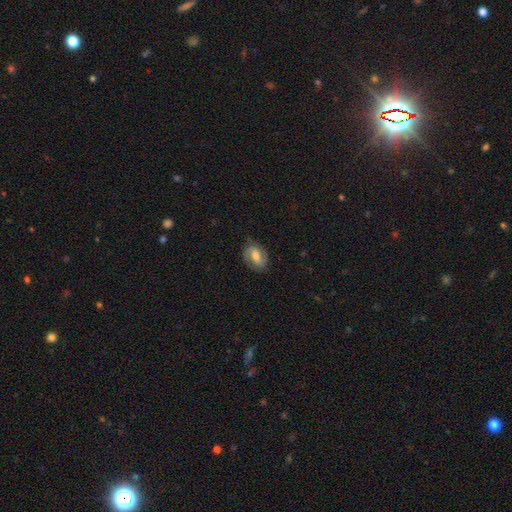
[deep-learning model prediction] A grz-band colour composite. It shows a featured or disk galaxy (56%) with a weak bar (45%), spiral arms (84%) and a moderate central bulge (55%). Merging: none (77%).